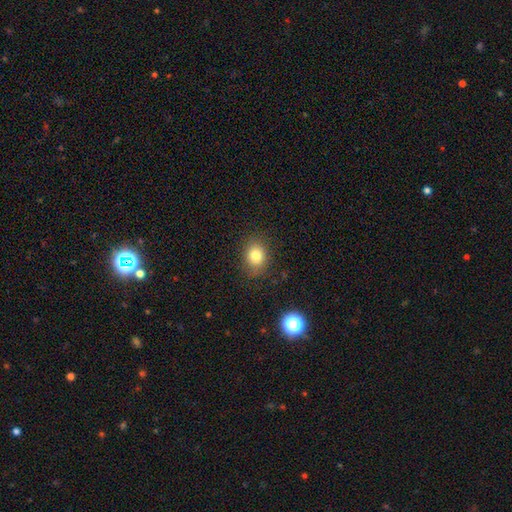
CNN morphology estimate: Smooth or featured? smooth (80%)
How rounded? round (52%)
Merging? none (85%)